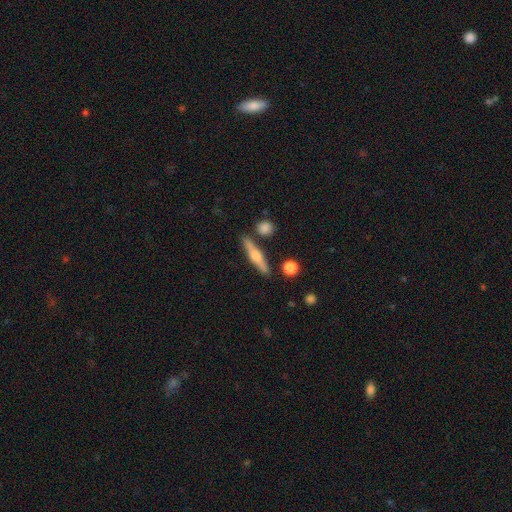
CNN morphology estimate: The model was most divided on "smooth or featured": featured or disk: 59%, smooth: 35%, star or artifact: 6%. More confident: edge-on disk — yes (96%); edge-on bulge — rounded (91%); merging — none (84%).